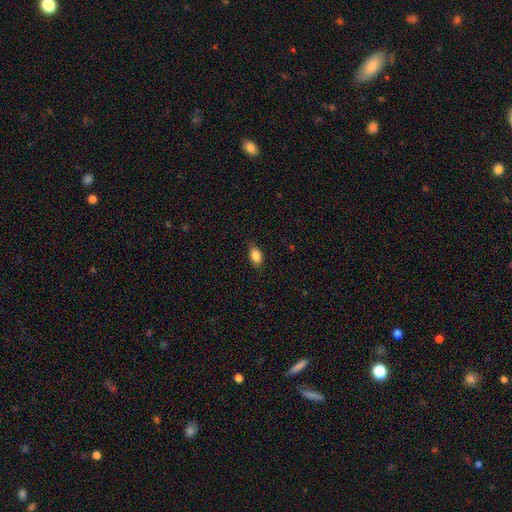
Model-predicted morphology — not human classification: smooth_or_featured: smooth (p=0.87) [alt: star or artifact p=0.08]
how_rounded: in between (p=0.88) [alt: round p=0.10]
merging: none (p=0.83) [alt: minor disturbance p=0.14]